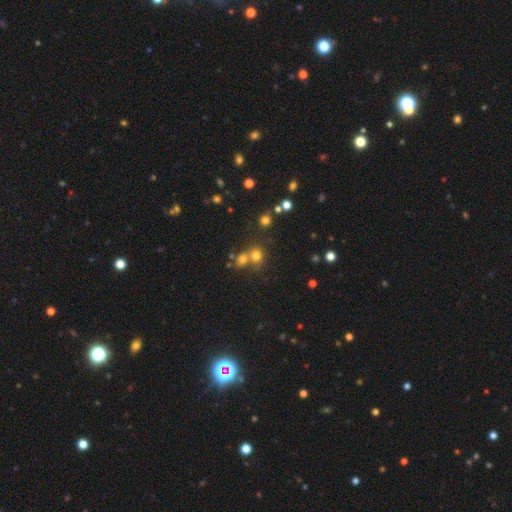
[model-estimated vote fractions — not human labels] smooth-or-featured: smooth: 70% | star or artifact: 19% | featured or disk: 11%
  how-rounded: round: 75% | in between: 24% | cigar-shaped: 1%
  merging: none: 46% | merger: 43% | minor disturbance: 8% | major disturbance: 4%